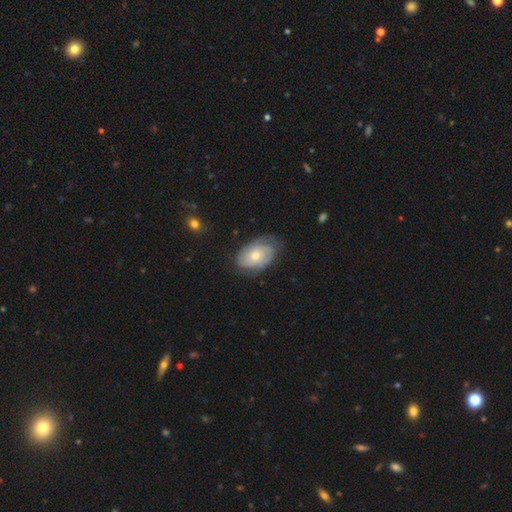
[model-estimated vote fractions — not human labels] Smooth or featured: featured or disk — 69% (smooth — 25%)
Edge-on disk: no — 96% (yes — 4%)
Bar: no — 74% (weak — 23%)
Spiral arms: yes — 90% (no — 10%)
Spiral winding: tight — 63% (medium — 28%)
Spiral arm count: 2 — 44% (can't tell — 31%)
Bulge size: moderate — 58% (small — 36%)
Merging: none — 70% (minor disturbance — 21%)